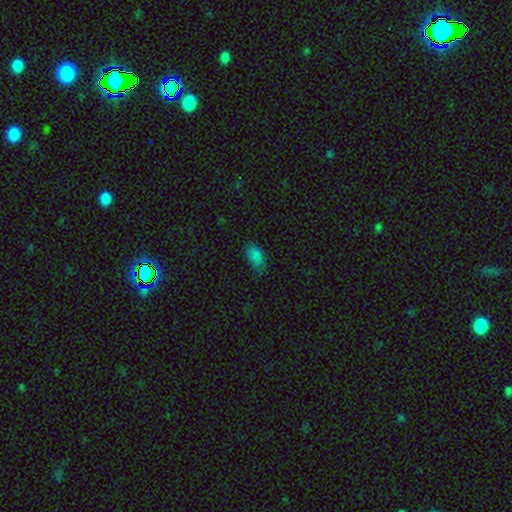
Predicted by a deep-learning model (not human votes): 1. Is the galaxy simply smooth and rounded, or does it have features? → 83% smooth, 12% star or artifact, 4% featured or disk.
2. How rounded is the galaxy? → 93% in between, 4% round, 3% cigar-shaped.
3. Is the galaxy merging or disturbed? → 71% none, 23% minor disturbance, 5% major disturbance, 1% merger.